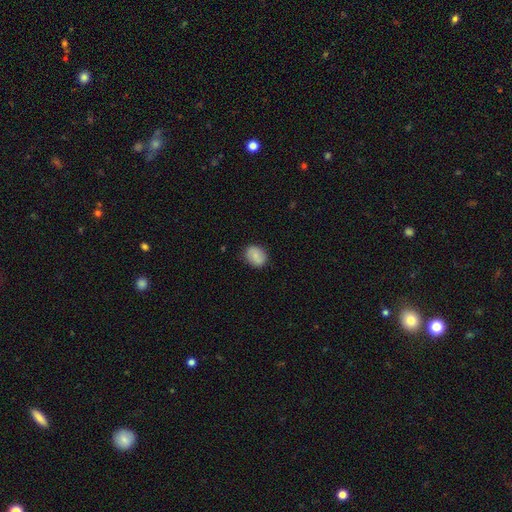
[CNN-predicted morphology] Q: Smooth or featured?
A: smooth (76%); runner-up: featured or disk (16%)
Q: How rounded?
A: in between (54%); runner-up: round (45%)
Q: Merging?
A: none (84%); runner-up: minor disturbance (12%)